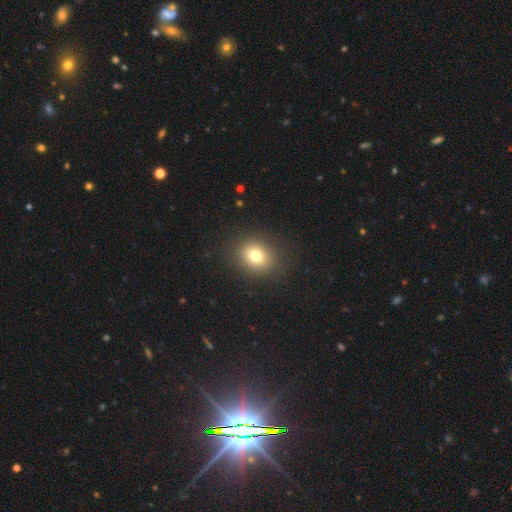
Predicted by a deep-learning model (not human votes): smooth 76%, star or artifact 13%, featured or disk 11%. Down the decision tree: how rounded — round (71%); merging — none (88%).